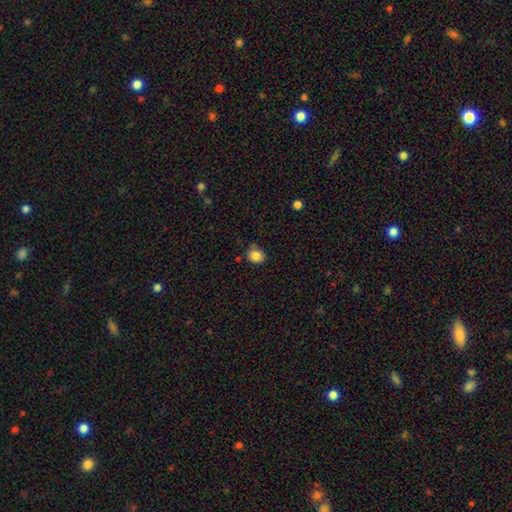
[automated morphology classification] type=smooth (85%); roundness=round (69%); merging=none (77%).